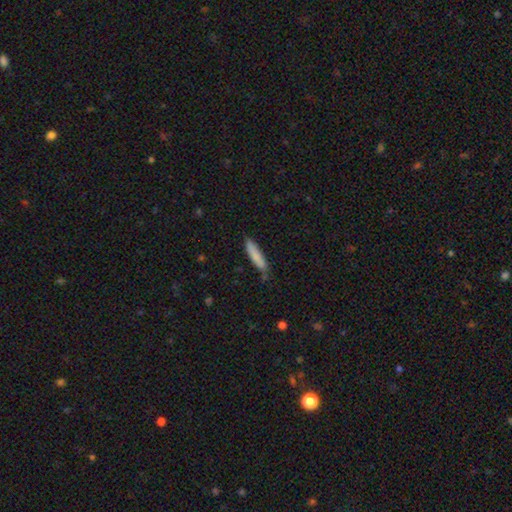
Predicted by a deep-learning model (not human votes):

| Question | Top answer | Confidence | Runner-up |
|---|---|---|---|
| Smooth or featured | smooth | 82% | featured or disk (12%) |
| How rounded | cigar-shaped | 83% | in between (16%) |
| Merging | none | 78% | minor disturbance (16%) |